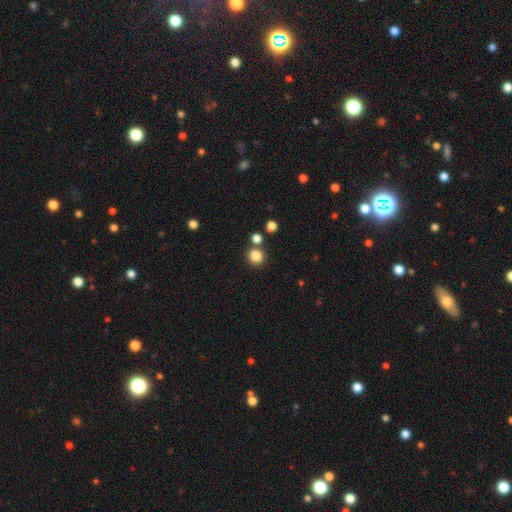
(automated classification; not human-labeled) Q: Smooth or featured?
A: smooth (84%); runner-up: star or artifact (12%)
Q: How rounded?
A: round (92%); runner-up: in between (7%)
Q: Merging?
A: none (78%); runner-up: merger (13%)